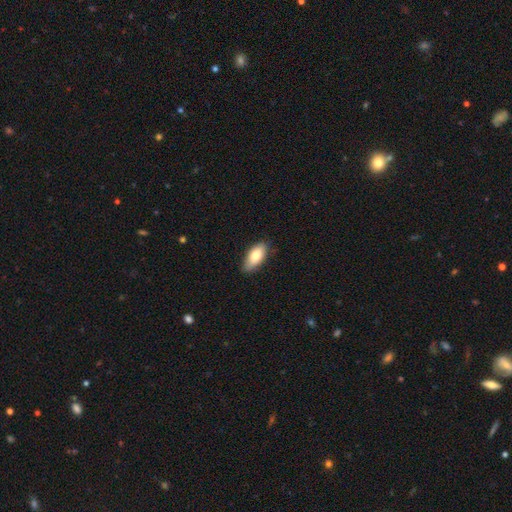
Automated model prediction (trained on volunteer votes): Smooth or featured? Predicted: smooth (p=0.79). How rounded? Predicted: in between (p=0.87). Merging? Predicted: none (p=0.82).